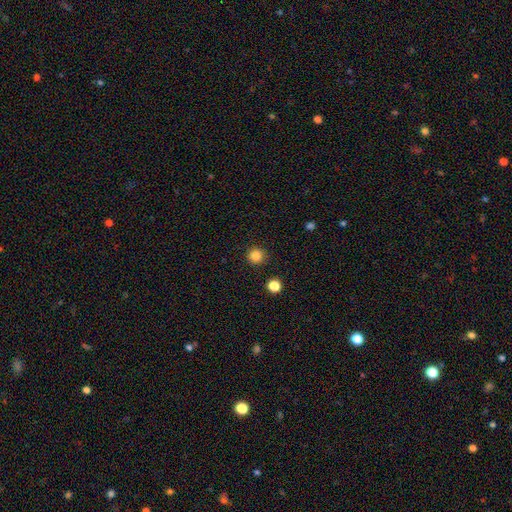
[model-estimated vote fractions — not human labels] This is clearly a smooth galaxy (85%). How rounded: clearly round (95%). Merging: clearly none (92%).